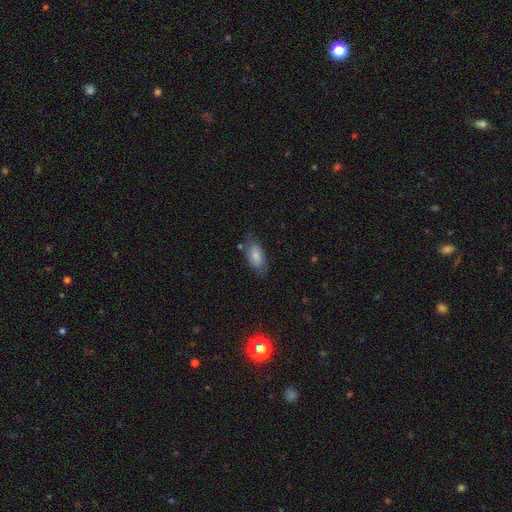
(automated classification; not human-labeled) Smooth or featured? Predicted: smooth (p=0.69). How rounded? Predicted: in between (p=0.91). Merging? Predicted: none (p=0.66).